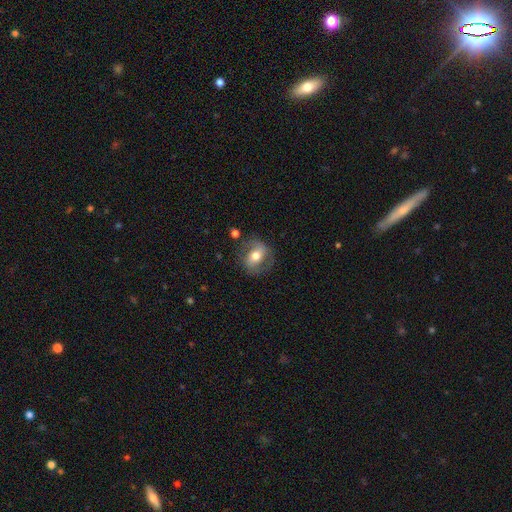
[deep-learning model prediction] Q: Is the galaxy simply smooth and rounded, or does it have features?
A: featured or disk — 50%.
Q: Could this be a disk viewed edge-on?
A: no — 94%.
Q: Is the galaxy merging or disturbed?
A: none — 72%.